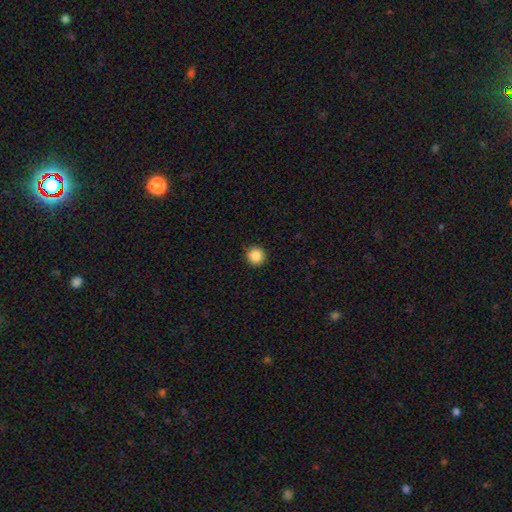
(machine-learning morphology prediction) This is clearly a smooth galaxy (87%). How rounded: clearly round (96%). Merging: clearly none (93%).